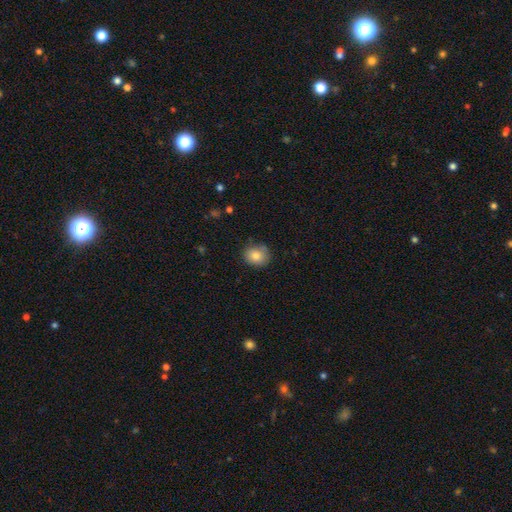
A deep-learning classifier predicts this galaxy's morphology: This is clearly a smooth galaxy (82%). How rounded: likely round (68%). Merging: likely none (79%).